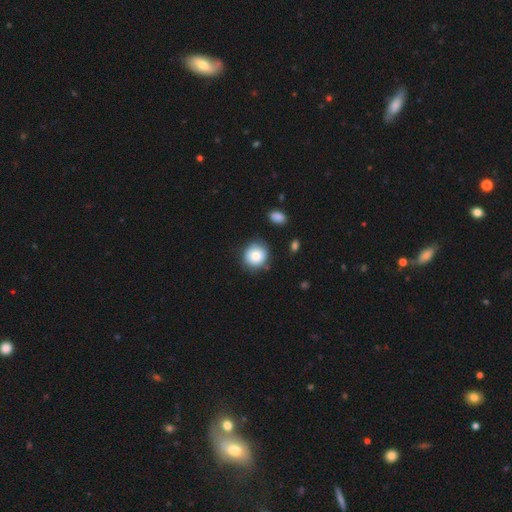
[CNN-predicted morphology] Overall: smooth (80%). How rounded: round (87%). Merging: none (77%).